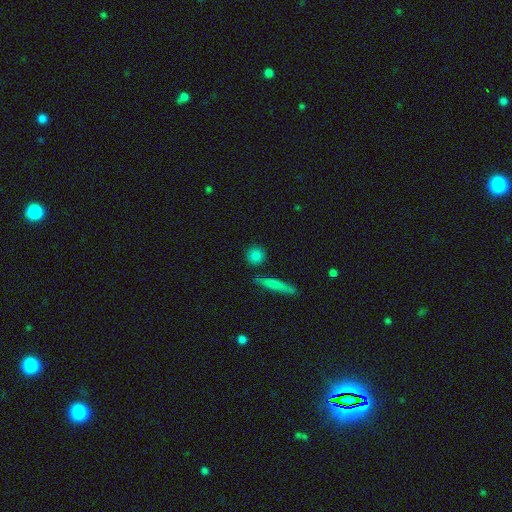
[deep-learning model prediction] This appears to be a smooth galaxy with no disk features (83%) that is round (82%). Merging: none (83%).